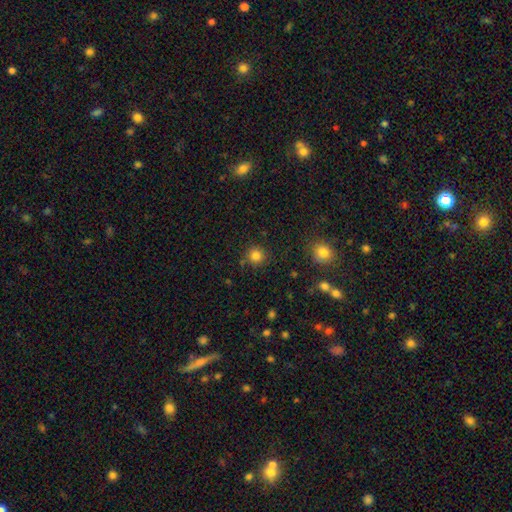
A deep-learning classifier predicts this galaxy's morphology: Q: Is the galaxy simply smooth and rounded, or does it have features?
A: smooth — 82%.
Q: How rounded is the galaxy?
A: round — 92%.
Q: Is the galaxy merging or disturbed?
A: none — 84%.